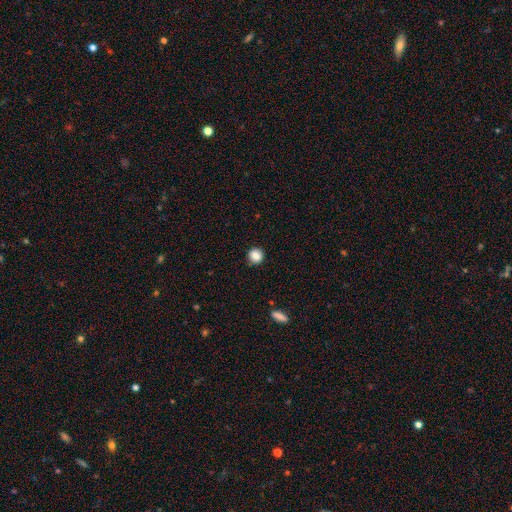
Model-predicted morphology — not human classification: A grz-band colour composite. It shows a smooth galaxy with no disk features (85%) that is round (85%). Merging: none (85%).